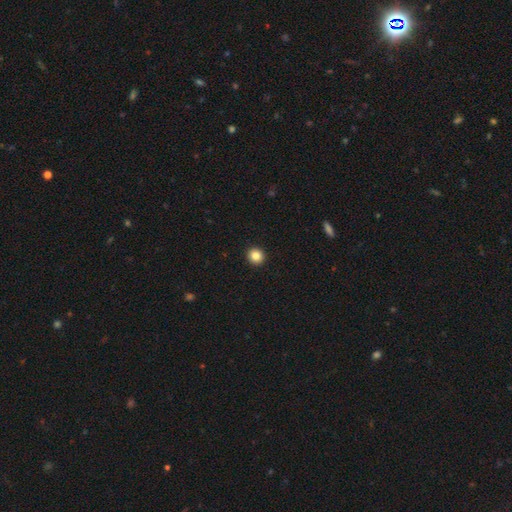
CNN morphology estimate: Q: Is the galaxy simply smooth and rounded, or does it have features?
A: smooth — 85%.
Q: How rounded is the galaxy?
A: round — 93%.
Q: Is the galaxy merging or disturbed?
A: none — 94%.